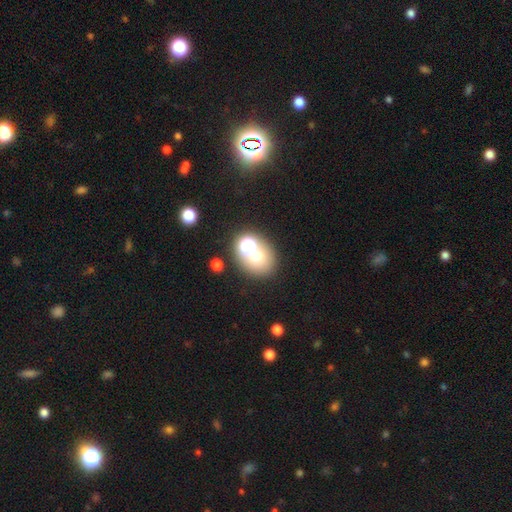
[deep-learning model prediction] Smooth or featured?
  - smooth: 60% *
  - star or artifact: 23%
  - featured or disk: 17%
How rounded?
  - round: 72% *
  - in between: 27%
  - cigar-shaped: 1%
Merging?
  - none: 53% *
  - merger: 31%
  - minor disturbance: 10%
  - major disturbance: 6%